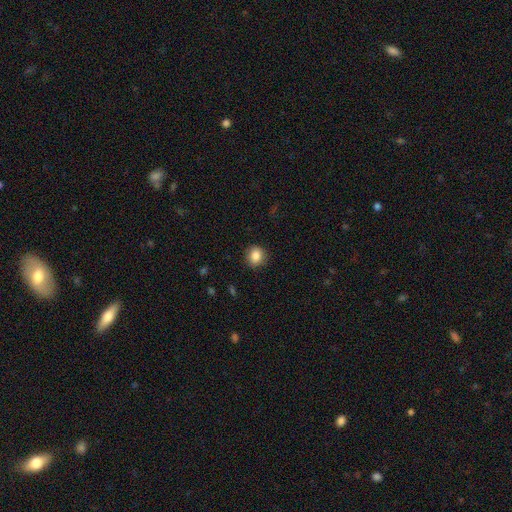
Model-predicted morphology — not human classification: Smooth or featured? smooth (86%)
How rounded? round (82%)
Merging? none (89%)